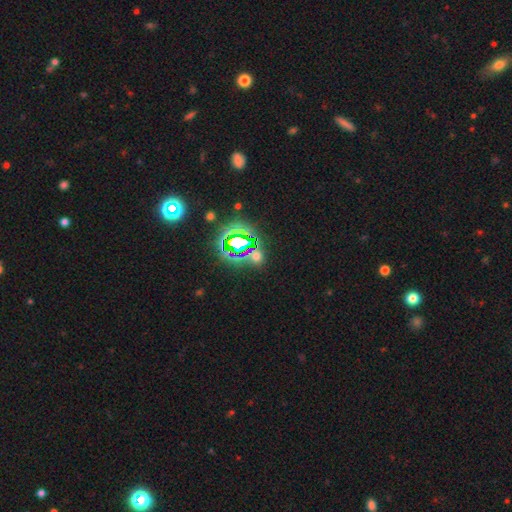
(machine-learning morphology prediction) star or artifact 60%, smooth 31%, featured or disk 9%.